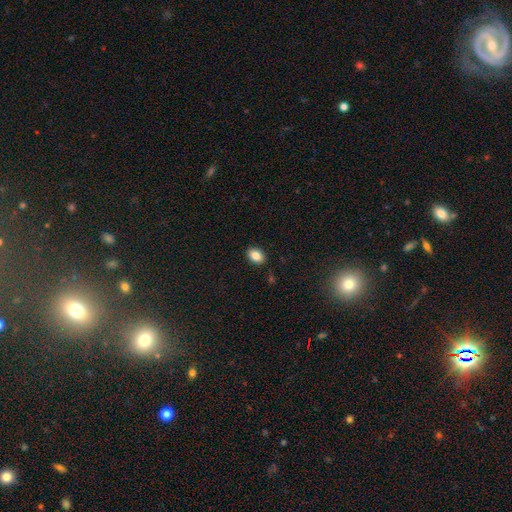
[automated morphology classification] type=smooth (85%); roundness=in between (79%); merging=none (88%).